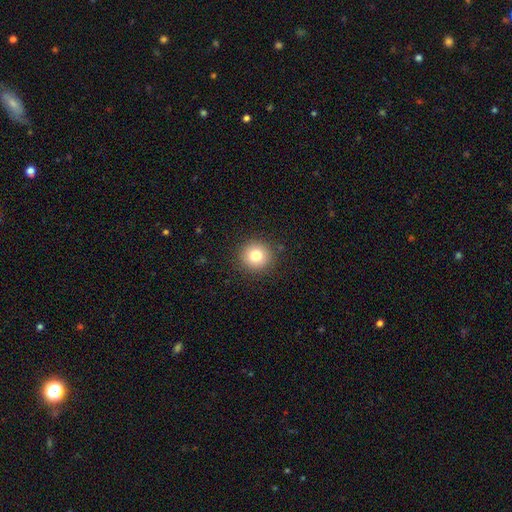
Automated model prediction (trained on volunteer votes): Smooth or featured? Predicted: smooth (p=0.80). How rounded? Predicted: round (p=0.94). Merging? Predicted: none (p=0.91).